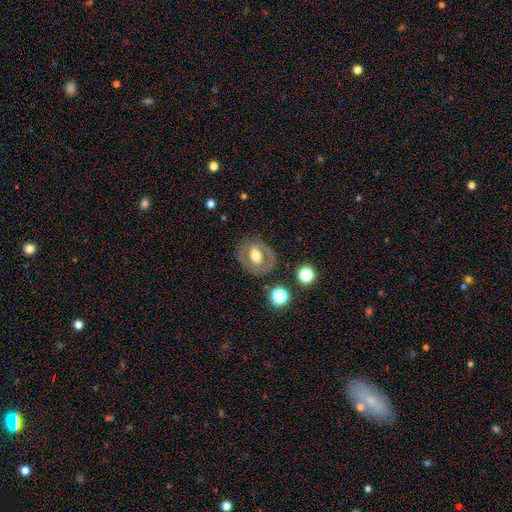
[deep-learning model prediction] This appears to be a featured or disk galaxy (48%). Merging: none (78%).